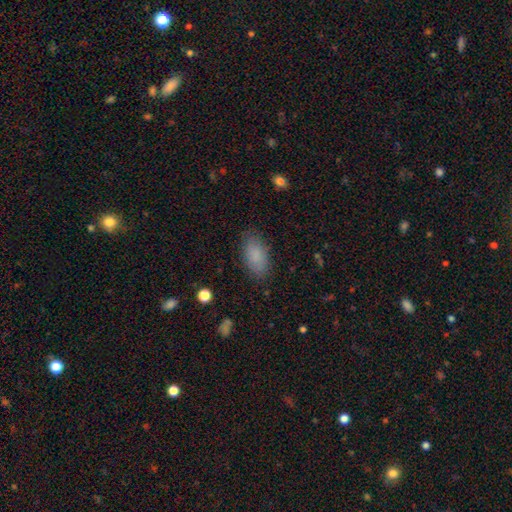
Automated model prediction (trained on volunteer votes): This appears to be a smooth galaxy with no disk features (86%) that is in between round and cigar-shaped (92%). Merging: none (84%).